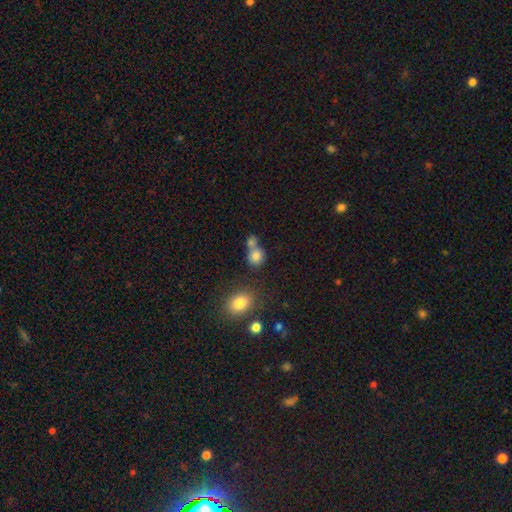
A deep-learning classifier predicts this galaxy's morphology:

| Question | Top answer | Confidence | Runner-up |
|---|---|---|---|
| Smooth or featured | smooth | 80% | star or artifact (12%) |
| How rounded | round | 74% | in between (25%) |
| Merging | none | 43% | merger (42%) |